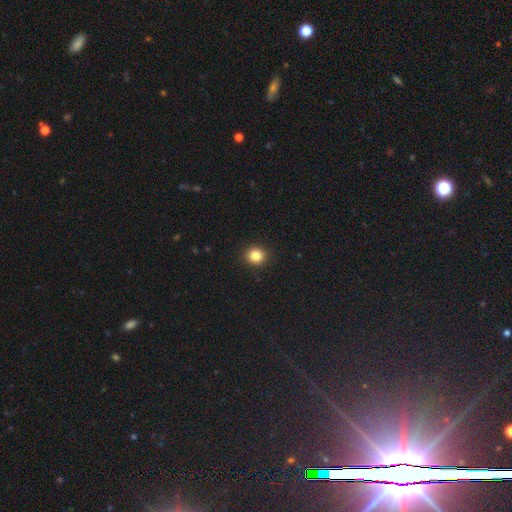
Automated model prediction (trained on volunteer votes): smooth-or-featured: smooth: 84% | star or artifact: 11% | featured or disk: 5%
  how-rounded: round: 86% | in between: 13% | cigar-shaped: 1%
  merging: none: 92% | minor disturbance: 5% | major disturbance: 2% | merger: 1%